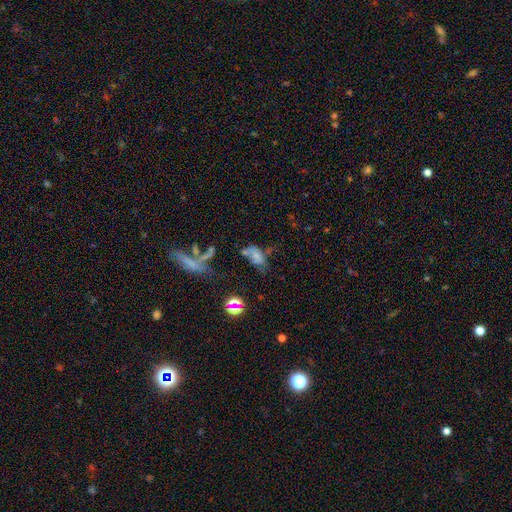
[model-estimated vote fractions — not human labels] A smooth galaxy with no disk features (53%) that is in between round and cigar-shaped (84%).

Vote fractions:
- Smooth or featured? smooth: 53% / featured or disk: 27% / star or artifact: 20%
- How rounded? in between: 84% / round: 12% / cigar-shaped: 4%
- Merging? major disturbance: 28% / none: 27% / merger: 23% / minor disturbance: 23%